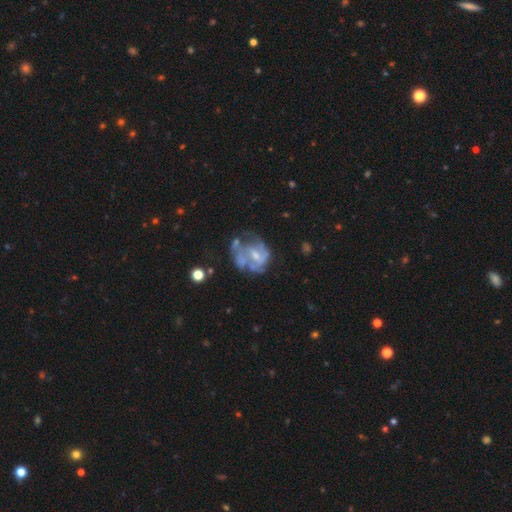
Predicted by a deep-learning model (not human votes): This appears to be a featured or disk galaxy (73%) with no bar (49%), spiral arms (61%) and a small central bulge (48%). Merging: none (35%).